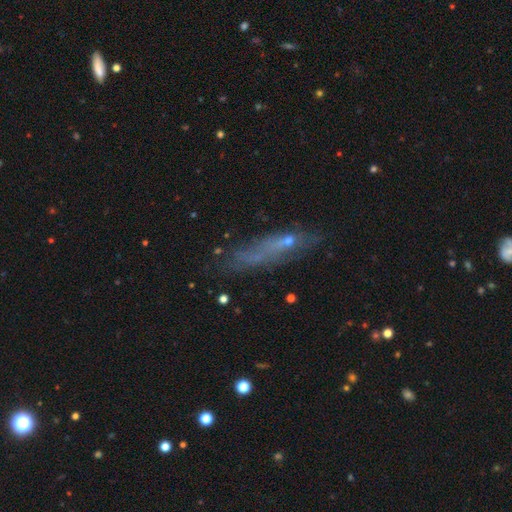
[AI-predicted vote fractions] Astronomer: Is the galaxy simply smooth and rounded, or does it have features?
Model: smooth — 46% (runner-up: featured or disk, 35%).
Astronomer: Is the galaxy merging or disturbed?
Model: none — 51%.